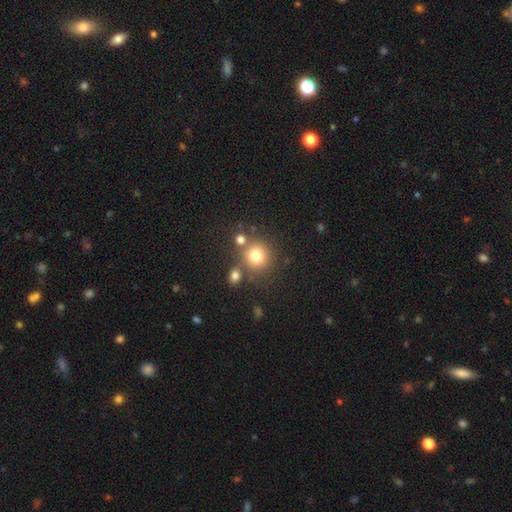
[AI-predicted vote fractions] A smooth galaxy with no disk features (77%) that is round (90%).

Vote fractions:
- Smooth or featured? smooth: 77% / star or artifact: 14% / featured or disk: 10%
- How rounded? round: 90% / in between: 9% / cigar-shaped: 1%
- Merging? none: 70% / merger: 16% / minor disturbance: 10% / major disturbance: 4%